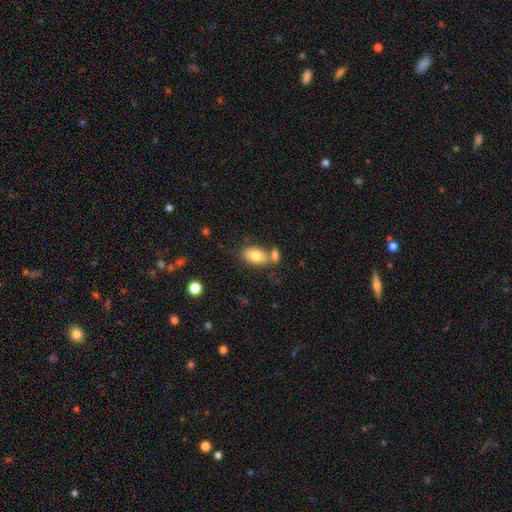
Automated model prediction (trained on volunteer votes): Smooth or featured: smooth — 80% (featured or disk — 13%)
How rounded: in between — 91% (round — 7%)
Merging: none — 55% (merger — 28%)